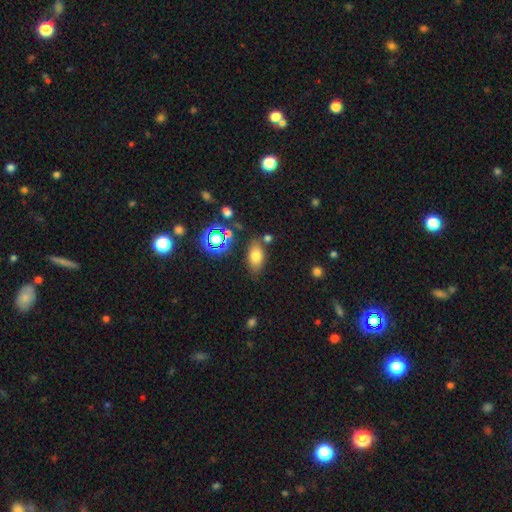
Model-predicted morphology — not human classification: Smooth or featured: smooth — 73% (star or artifact — 15%)
How rounded: in between — 85% (round — 10%)
Merging: none — 75% (minor disturbance — 14%)